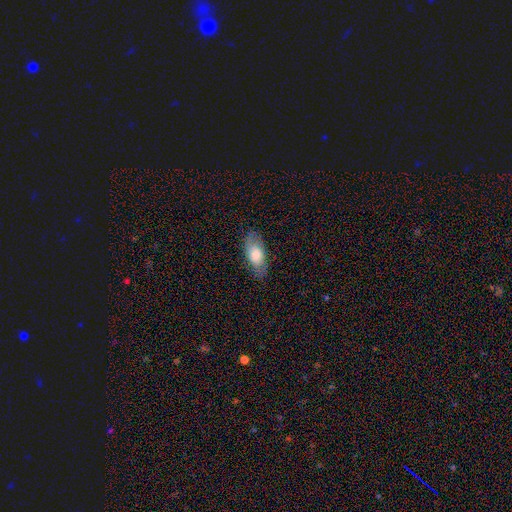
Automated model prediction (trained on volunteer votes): This is likely a smooth galaxy (64%). How rounded: clearly in between (86%). Merging: likely none (76%).